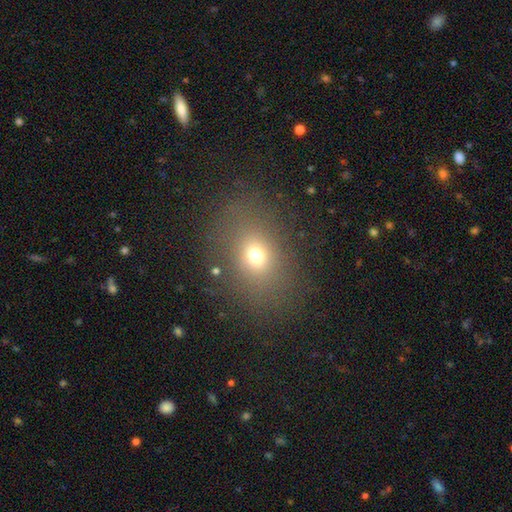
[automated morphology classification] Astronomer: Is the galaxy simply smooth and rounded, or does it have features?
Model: smooth — 68%.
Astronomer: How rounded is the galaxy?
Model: in between — 58% (runner-up: round, 40%).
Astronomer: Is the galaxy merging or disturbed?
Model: none — 77%.